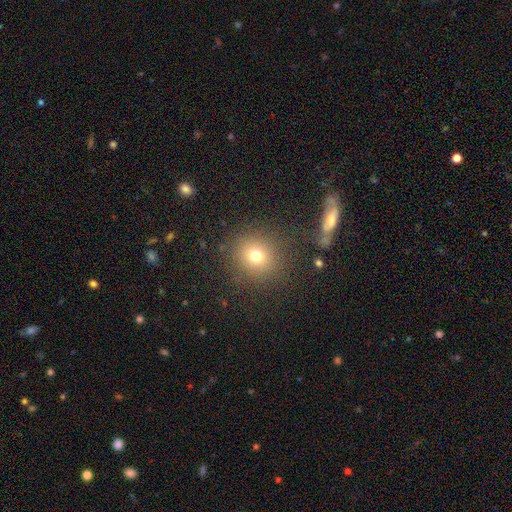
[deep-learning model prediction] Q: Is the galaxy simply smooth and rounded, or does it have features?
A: smooth — 73%.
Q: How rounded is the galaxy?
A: round — 88%.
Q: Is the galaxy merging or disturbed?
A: none — 84%.